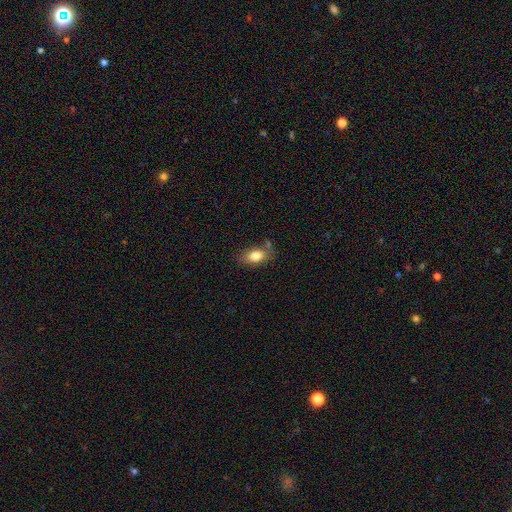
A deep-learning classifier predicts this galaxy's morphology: smooth-or-featured: smooth: 80% | featured or disk: 11% | star or artifact: 8%
  how-rounded: in between: 86% | round: 11% | cigar-shaped: 3%
  merging: none: 65% | minor disturbance: 21% | merger: 9% | major disturbance: 6%